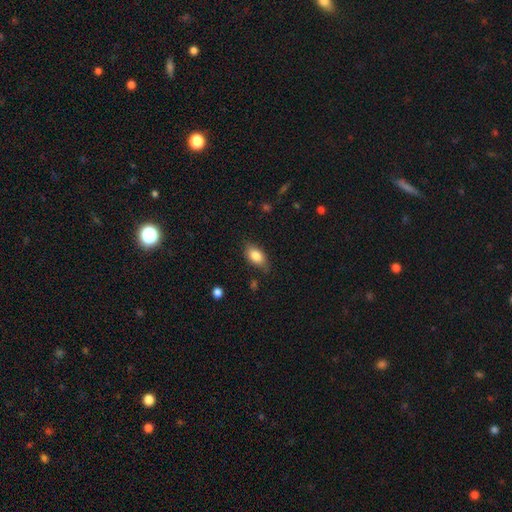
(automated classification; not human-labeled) smooth 82%, featured or disk 10%, star or artifact 7%. Down the decision tree: how rounded — in between (89%); merging — none (78%).